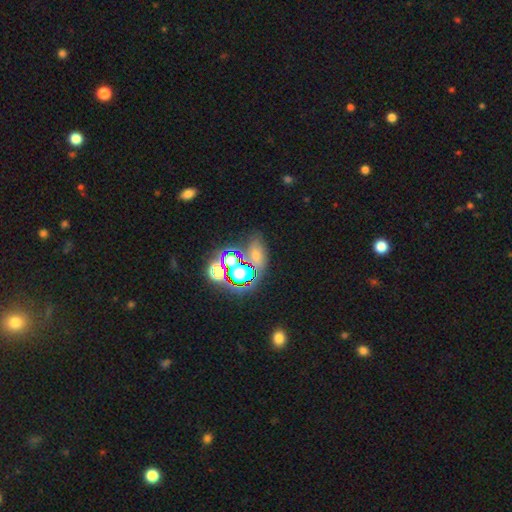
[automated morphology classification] Smooth or featured? Predicted: star or artifact (p=0.49).